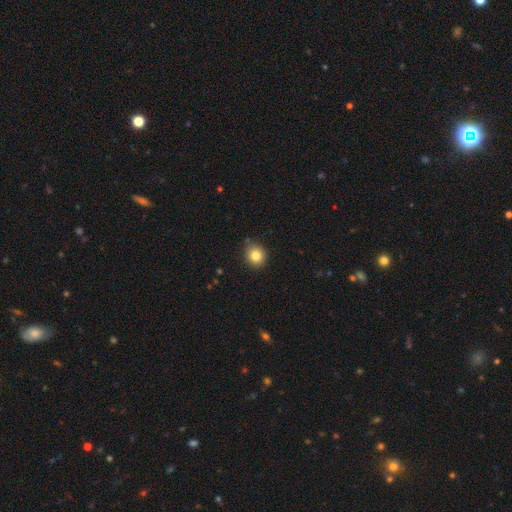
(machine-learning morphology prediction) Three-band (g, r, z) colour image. It shows a smooth galaxy with no disk features (83%) that is round (78%). Merging: none (84%).